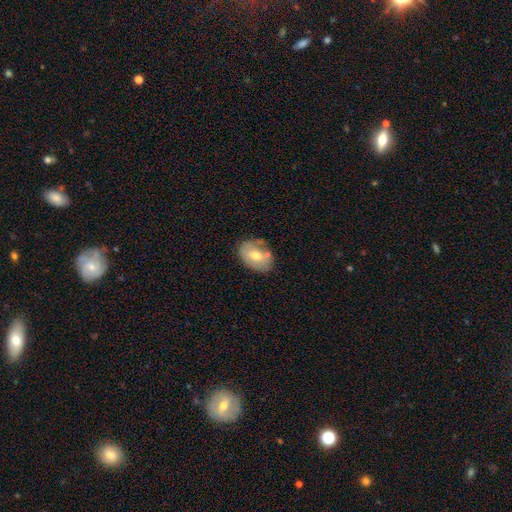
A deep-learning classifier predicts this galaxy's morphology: This appears to be a smooth galaxy with no disk features (54%) that is in between round and cigar-shaped (76%). Merging: none (57%).